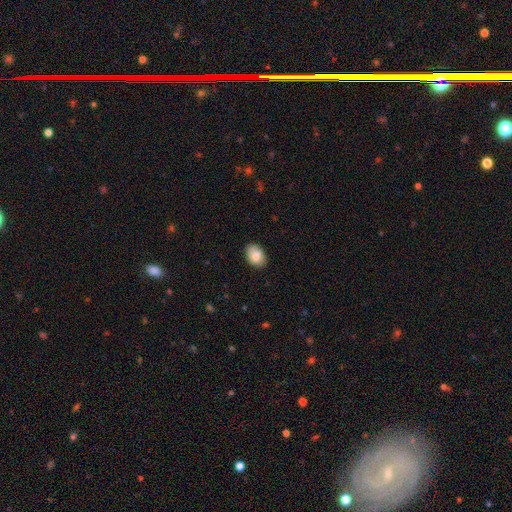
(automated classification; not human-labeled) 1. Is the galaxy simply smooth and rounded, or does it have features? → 82% smooth, 11% featured or disk, 7% star or artifact.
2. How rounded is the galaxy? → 80% in between, 19% round, 1% cigar-shaped.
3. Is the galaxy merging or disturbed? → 81% none, 15% minor disturbance, 3% major disturbance, 1% merger.